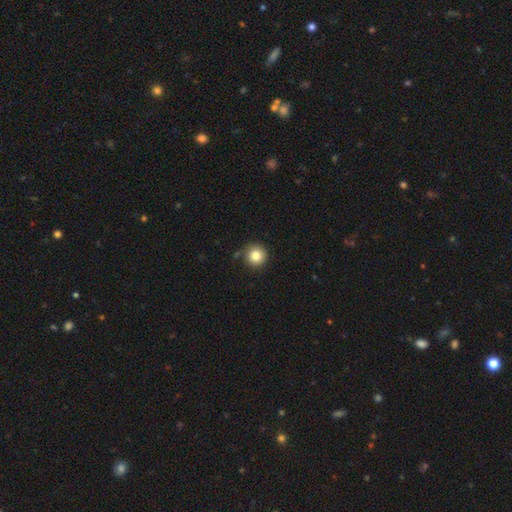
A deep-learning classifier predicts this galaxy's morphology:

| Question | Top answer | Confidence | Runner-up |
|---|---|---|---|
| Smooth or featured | smooth | 83% | star or artifact (10%) |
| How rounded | round | 95% | in between (4%) |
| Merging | none | 83% | minor disturbance (11%) |